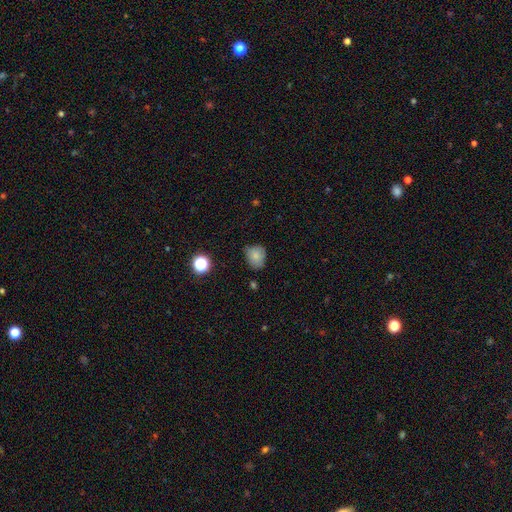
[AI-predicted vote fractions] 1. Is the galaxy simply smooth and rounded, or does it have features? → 80% smooth, 11% star or artifact, 9% featured or disk.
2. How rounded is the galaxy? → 62% round, 37% in between, 1% cigar-shaped.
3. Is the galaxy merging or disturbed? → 65% none, 28% minor disturbance, 5% major disturbance, 2% merger.